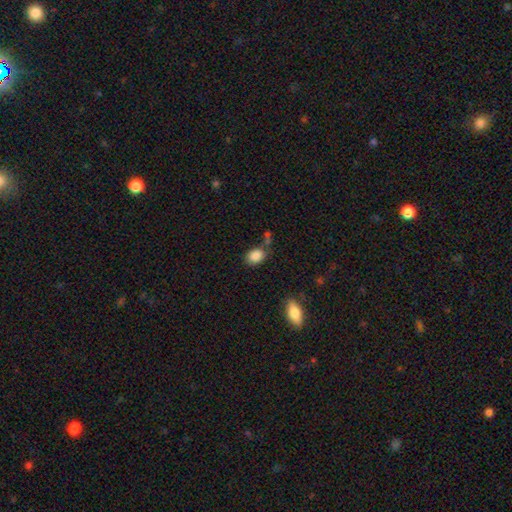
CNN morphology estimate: smooth 87%, star or artifact 9%, featured or disk 4%. Down the decision tree: how rounded — in between (67%); merging — none (71%).